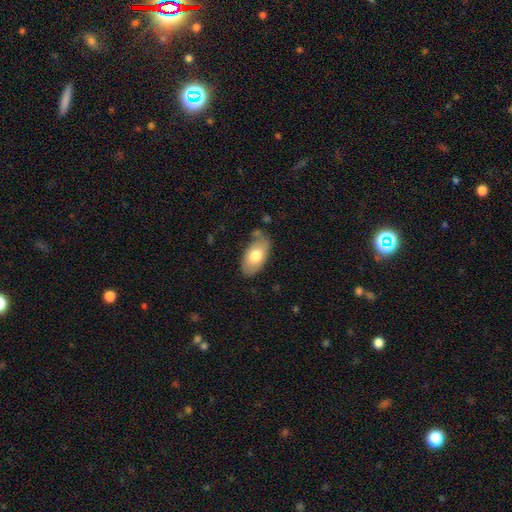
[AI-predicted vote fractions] smooth_or_featured: smooth (p=0.74) [alt: featured or disk p=0.20]
how_rounded: in between (p=0.94) [alt: round p=0.04]
merging: none (p=0.72) [alt: minor disturbance p=0.19]